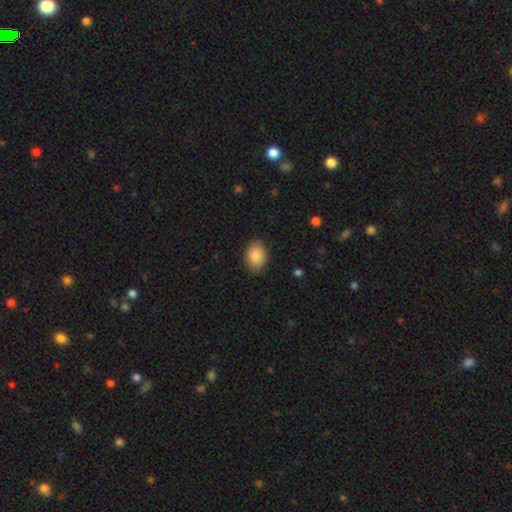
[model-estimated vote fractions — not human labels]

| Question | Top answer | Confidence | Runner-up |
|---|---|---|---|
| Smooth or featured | smooth | 87% | star or artifact (7%) |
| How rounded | in between | 74% | round (25%) |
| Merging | none | 85% | minor disturbance (12%) |